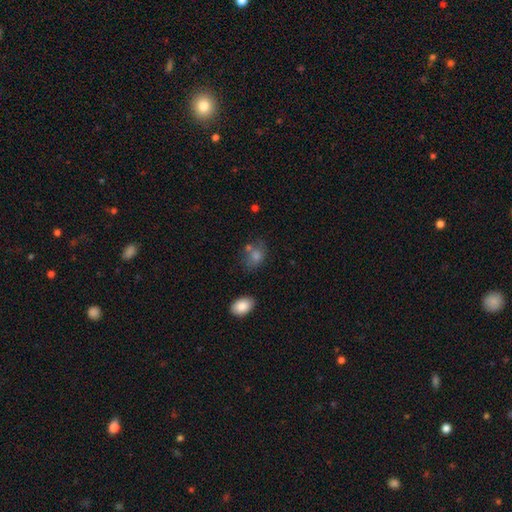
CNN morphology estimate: smooth-or-featured: smooth: 68% | star or artifact: 16% | featured or disk: 16%
  how-rounded: in between: 58% | round: 41% | cigar-shaped: 2%
  merging: none: 55% | minor disturbance: 19% | merger: 18% | major disturbance: 9%